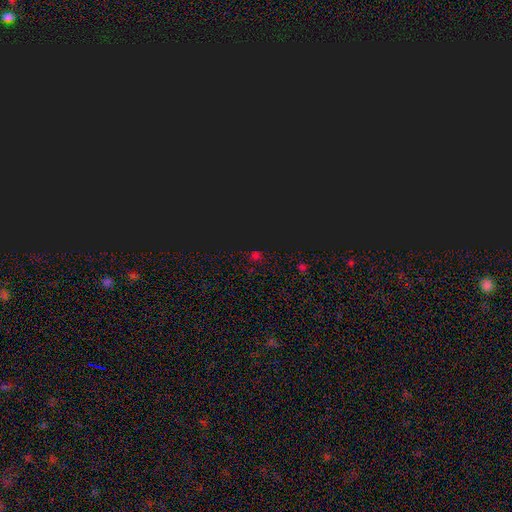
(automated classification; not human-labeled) Smooth or featured?
  - star or artifact: 61% *
  - smooth: 34%
  - featured or disk: 5%